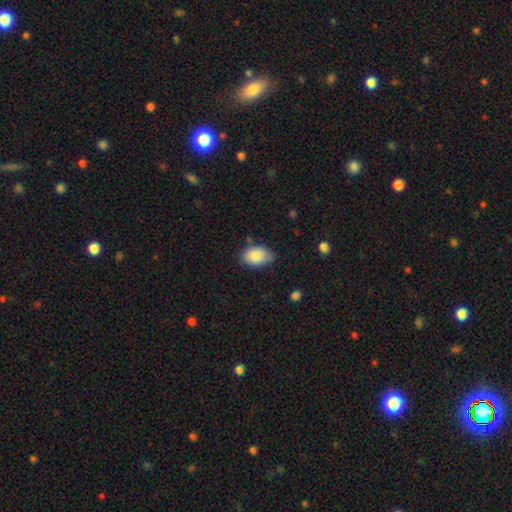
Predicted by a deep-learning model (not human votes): smooth_or_featured: smooth (p=0.86) [alt: featured or disk p=0.07]
how_rounded: in between (p=0.86) [alt: round p=0.13]
merging: none (p=0.72) [alt: minor disturbance p=0.22]